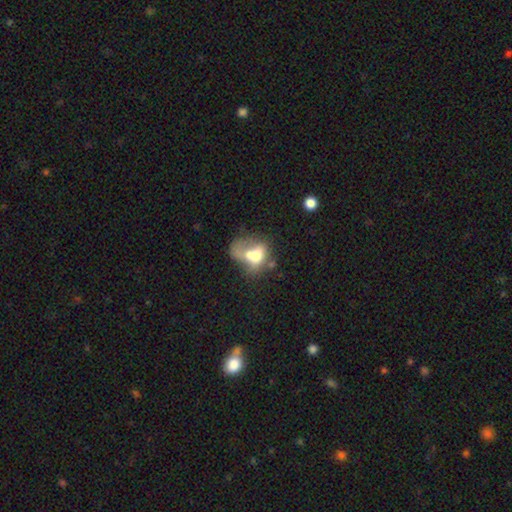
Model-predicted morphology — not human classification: Smooth or featured? smooth (56%)
How rounded? in between (66%)
Merging? merger (51%)